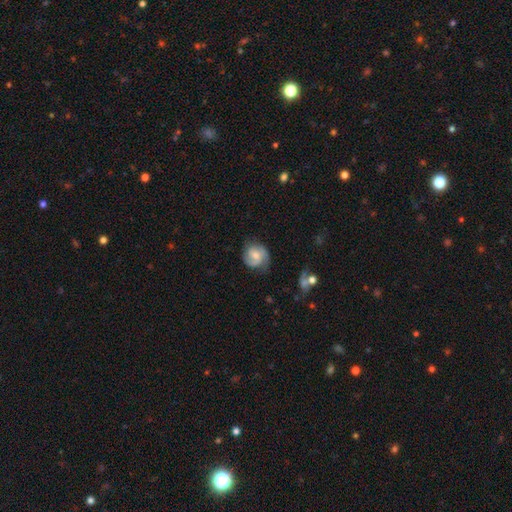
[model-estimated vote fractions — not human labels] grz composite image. It shows a featured or disk galaxy (70%) with no bar (59%), 2 (68%) tight (42%, tied with medium) spiral arms (93%) and a moderate central bulge (56%). Merging: none (66%).